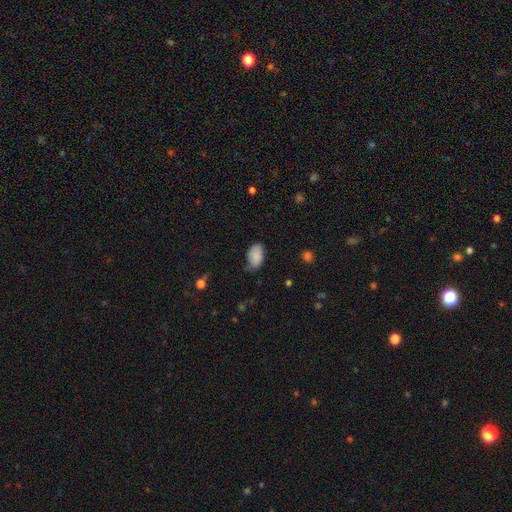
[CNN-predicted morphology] This is clearly a smooth galaxy (86%). How rounded: clearly in between (91%). Merging: likely none (62%).